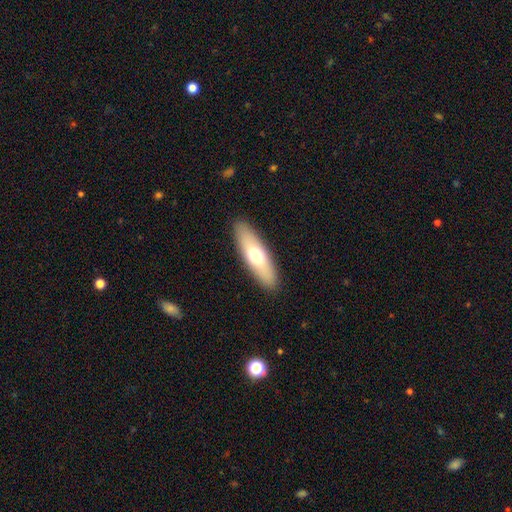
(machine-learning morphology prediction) Smooth or featured? smooth (63%)
How rounded? in between (49%, tied with cigar-shaped)
Merging? none (90%)